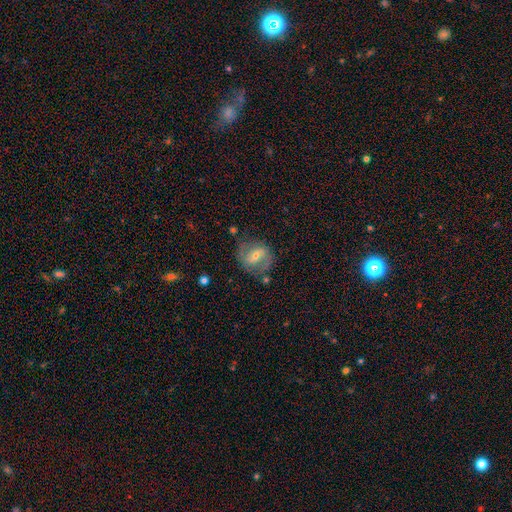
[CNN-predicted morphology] Overall: featured or disk (65%; smooth 28%). Edge-on disk: no (96%). Bar: weak (43%; strong 36%). Spiral arms: yes (76%). Bulge size: small (49%; moderate 46%). Merging: none (69%).